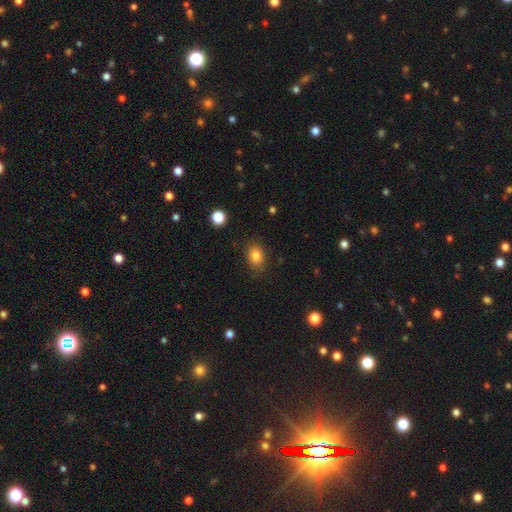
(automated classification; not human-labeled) smooth_or_featured: smooth (p=0.83) [alt: star or artifact p=0.11]
how_rounded: in between (p=0.68) [alt: round p=0.31]
merging: none (p=0.85) [alt: minor disturbance p=0.11]